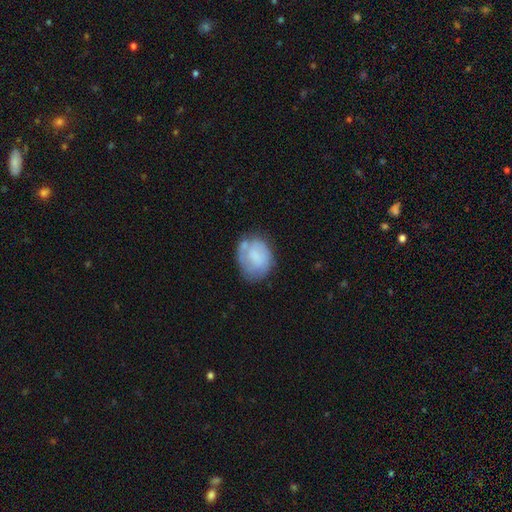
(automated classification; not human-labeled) A smooth galaxy with no disk features (63%) that is in between round and cigar-shaped (59%). Merging: none (53%).